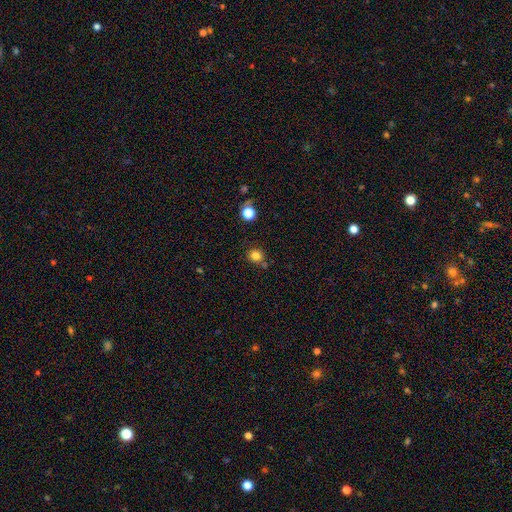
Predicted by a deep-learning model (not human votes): Q: Smooth or featured?
A: smooth (81%); runner-up: star or artifact (14%)
Q: How rounded?
A: round (87%); runner-up: in between (12%)
Q: Merging?
A: none (77%); runner-up: minor disturbance (12%)